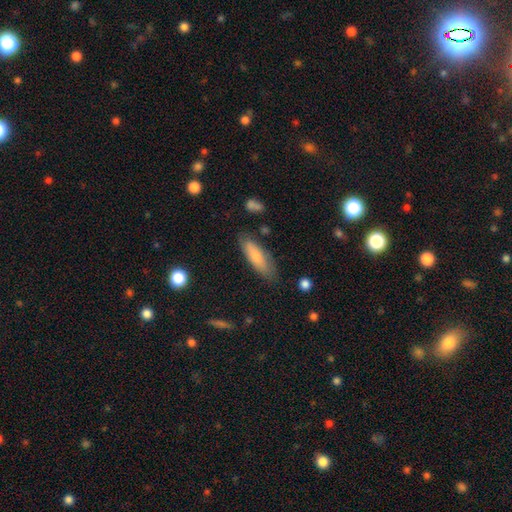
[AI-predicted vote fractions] This appears to be a smooth galaxy with no disk features (75%) that is cigar-shaped (49%, tied with in between). Merging: none (76%).